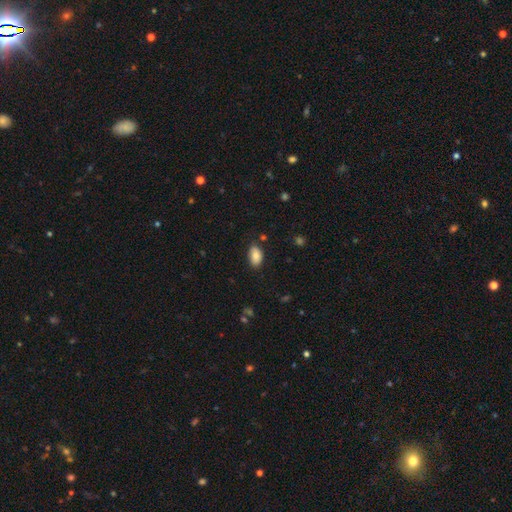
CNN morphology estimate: Smooth or featured? Predicted: smooth (p=0.83). How rounded? Predicted: in between (p=0.92). Merging? Predicted: none (p=0.80).